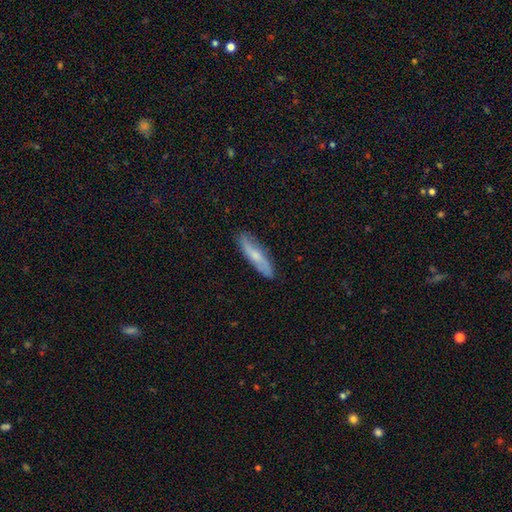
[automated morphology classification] smooth-or-featured: smooth: 51% | featured or disk: 42% | star or artifact: 6%
  how-rounded: cigar-shaped: 79% | in between: 19% | round: 2%
  merging: none: 86% | minor disturbance: 11% | major disturbance: 2% | merger: 1%